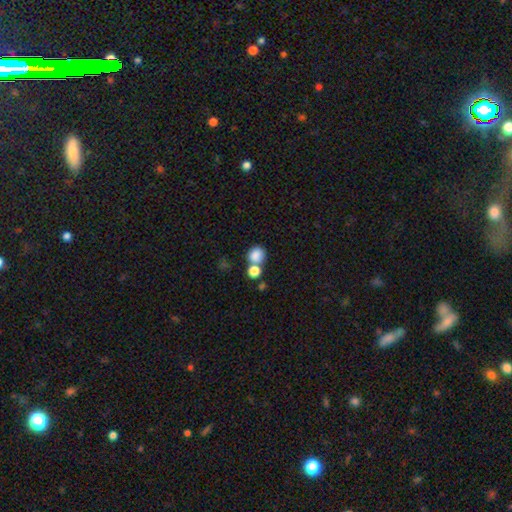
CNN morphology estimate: Q: Smooth or featured?
A: smooth (83%); runner-up: star or artifact (11%)
Q: How rounded?
A: round (77%); runner-up: in between (22%)
Q: Merging?
A: none (50%); runner-up: merger (37%)